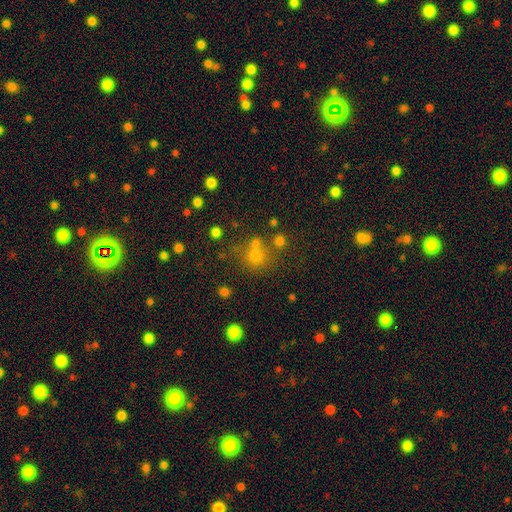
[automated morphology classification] A smooth galaxy with no disk features (65%) that is round (87%). Merging: none (62%).